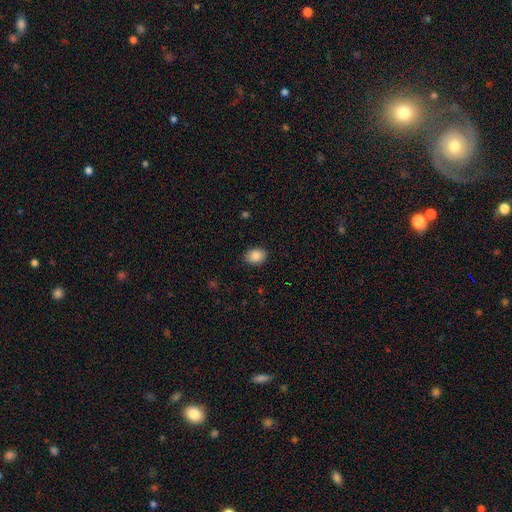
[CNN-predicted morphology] The model was most divided on "how rounded": in between: 66%, round: 33%, cigar-shaped: 1%. More confident: smooth or featured — smooth (88%); merging — none (88%).